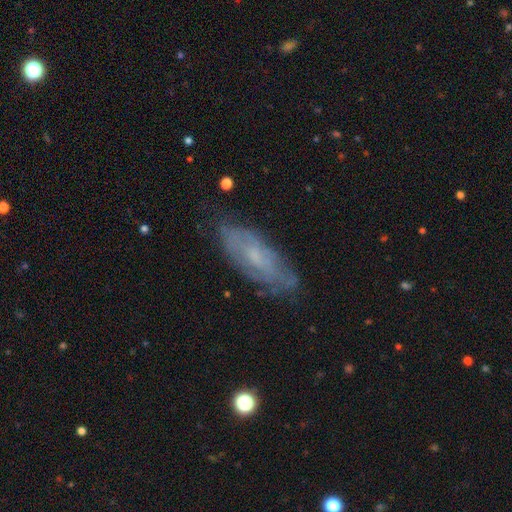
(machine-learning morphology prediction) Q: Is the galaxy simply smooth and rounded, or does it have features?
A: featured or disk — 58%.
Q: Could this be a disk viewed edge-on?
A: no — 82%.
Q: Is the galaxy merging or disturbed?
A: none — 74%.